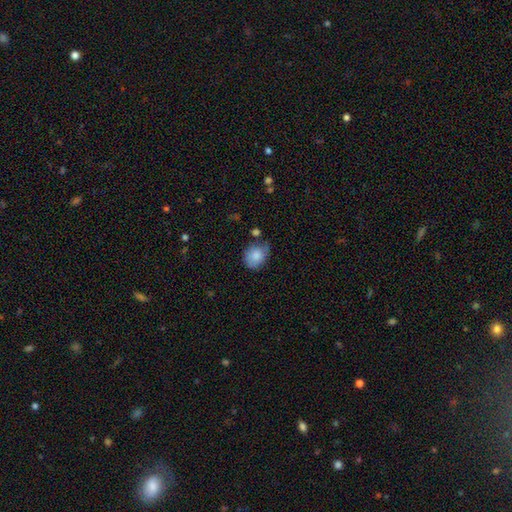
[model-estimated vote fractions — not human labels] The model was most divided on "how rounded": round: 50%, in between: 49%, cigar-shaped: 1%. Remaining: smooth or featured — smooth (81%); merging — none (48%).